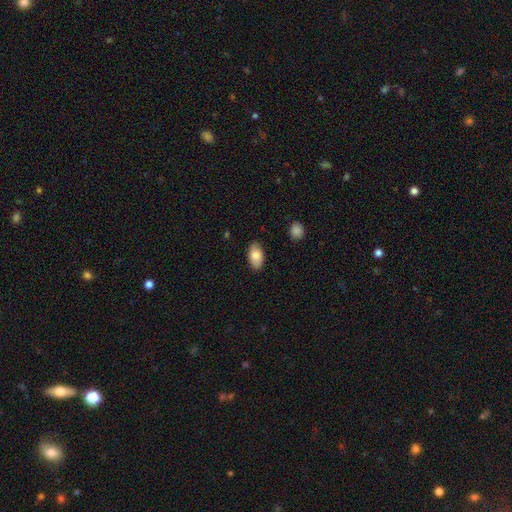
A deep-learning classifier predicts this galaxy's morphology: smooth_or_featured: smooth (p=0.84) [alt: featured or disk p=0.10]
how_rounded: in between (p=0.94) [alt: round p=0.04]
merging: none (p=0.85) [alt: minor disturbance p=0.11]